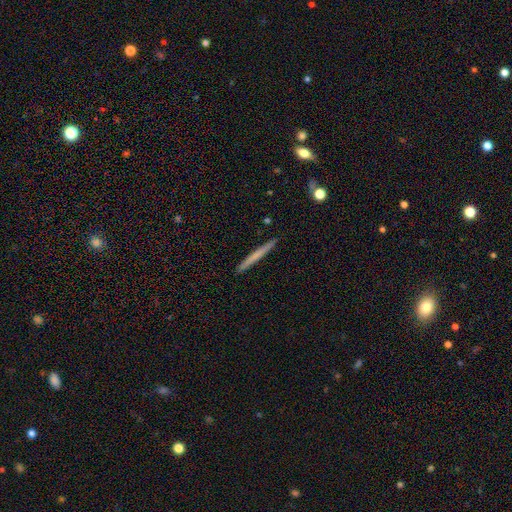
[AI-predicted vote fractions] This is possibly a smooth galaxy (59%). How rounded: clearly cigar-shaped (97%). Merging: clearly none (92%).